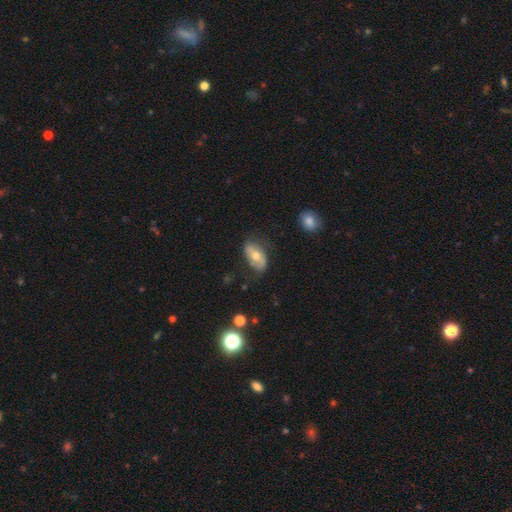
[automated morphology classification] type=smooth (52%); roundness=in between (91%); merging=none (61%).